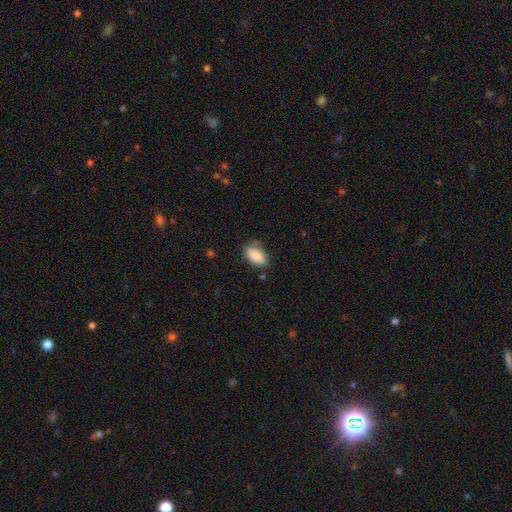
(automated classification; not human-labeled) Smooth or featured? smooth (87%)
How rounded? in between (90%)
Merging? none (71%)